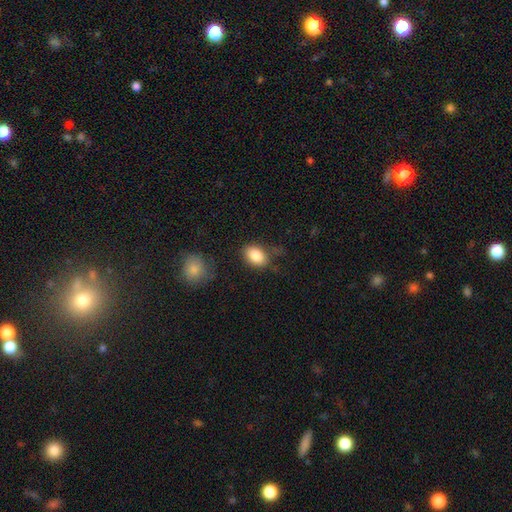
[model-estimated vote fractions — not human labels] Smooth or featured? Predicted: smooth (p=0.86). How rounded? Predicted: in between (p=0.83). Merging? Predicted: none (p=0.69).